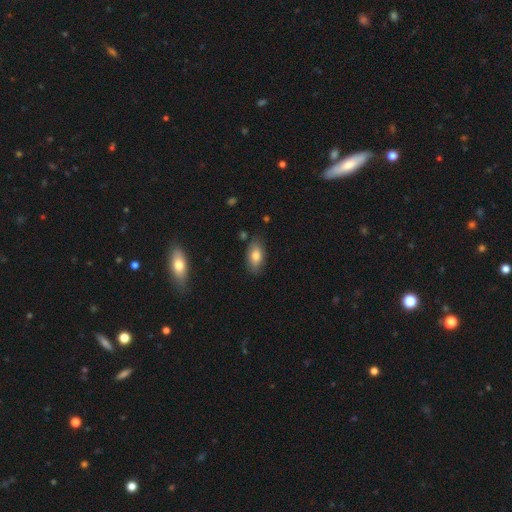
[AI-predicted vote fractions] Smooth or featured? smooth (78%)
How rounded? in between (90%)
Merging? none (81%)